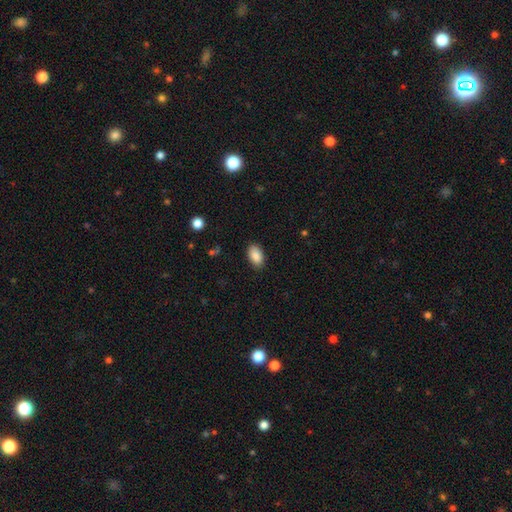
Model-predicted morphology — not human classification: type=smooth (88%); roundness=in between (93%); merging=none (88%).